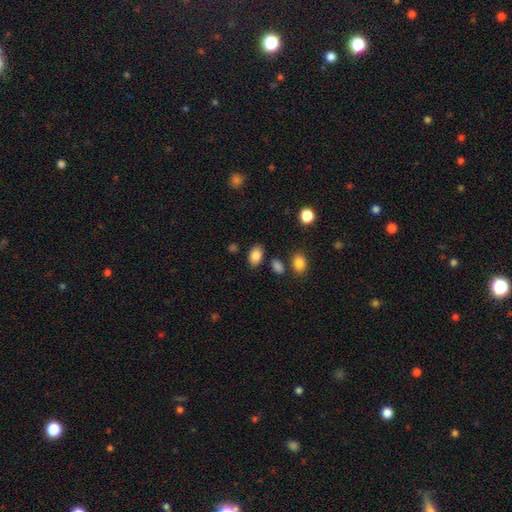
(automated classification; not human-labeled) Smooth or featured? Predicted: smooth (p=0.86). How rounded? Predicted: in between (p=0.86). Merging? Predicted: none (p=0.82).